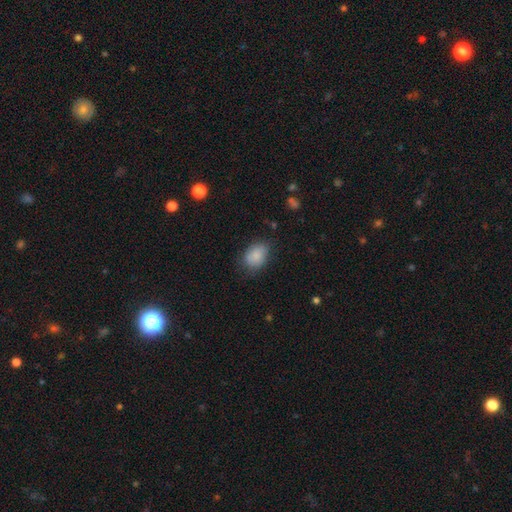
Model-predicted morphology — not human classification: This appears to be a smooth galaxy with no disk features (86%) that is in between round and cigar-shaped (75%). Merging: none (71%).